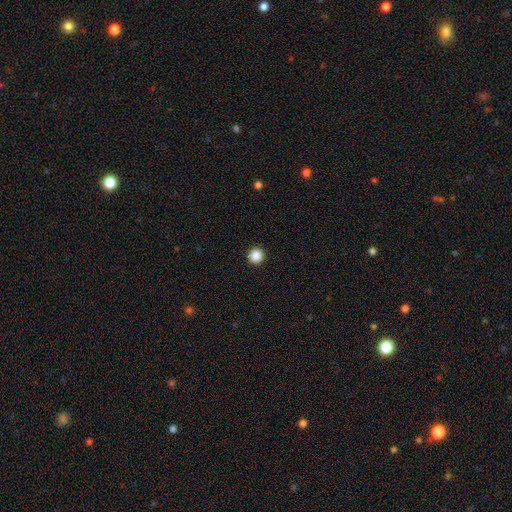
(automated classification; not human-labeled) Morphology: type=smooth (87%); roundness=round (96%); merging=none (94%).